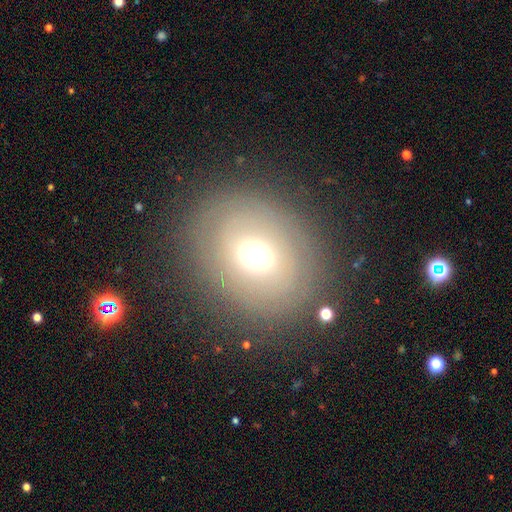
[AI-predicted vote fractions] Smooth or featured? Predicted: smooth (p=0.45). Merging? Predicted: none (p=0.81).